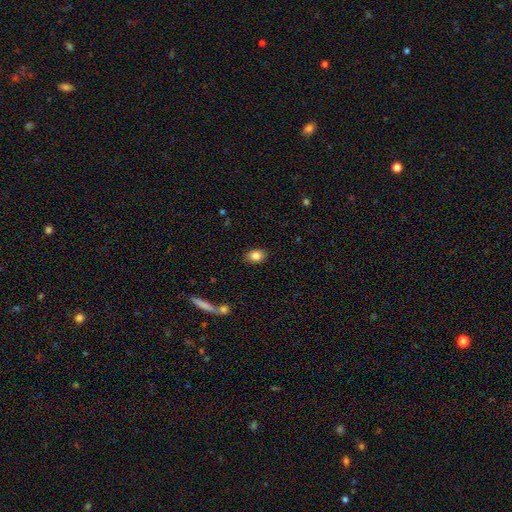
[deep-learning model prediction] This appears to be a smooth galaxy with no disk features (84%) that is in between round and cigar-shaped (78%). Merging: none (87%).